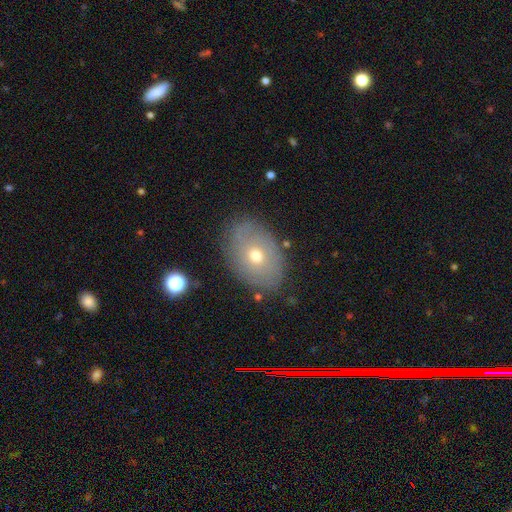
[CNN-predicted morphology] smooth_or_featured: smooth (p=0.50) [alt: featured or disk p=0.38]
how_rounded: in between (p=0.79) [alt: round p=0.20]
merging: none (p=0.82) [alt: minor disturbance p=0.13]